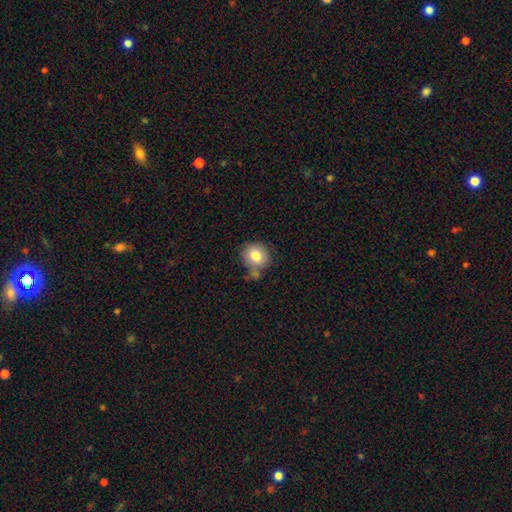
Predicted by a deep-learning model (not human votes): The model was most divided on "merging": none: 63%, minor disturbance: 20%, merger: 12%, major disturbance: 6%. More confident: how rounded — round (83%); smooth or featured — smooth (81%).